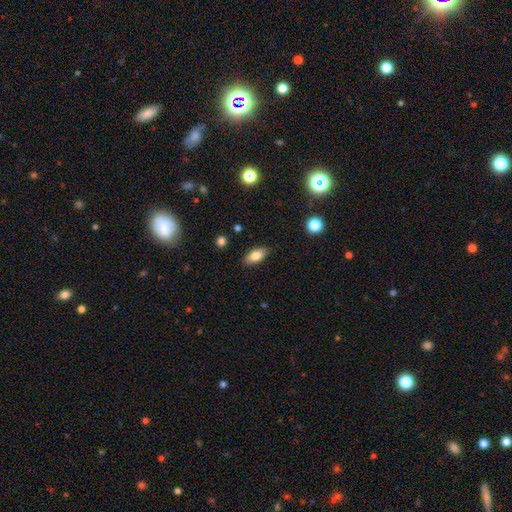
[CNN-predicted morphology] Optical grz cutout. It shows a smooth galaxy with no disk features (81%) that is in between round and cigar-shaped (88%). Merging: none (83%).